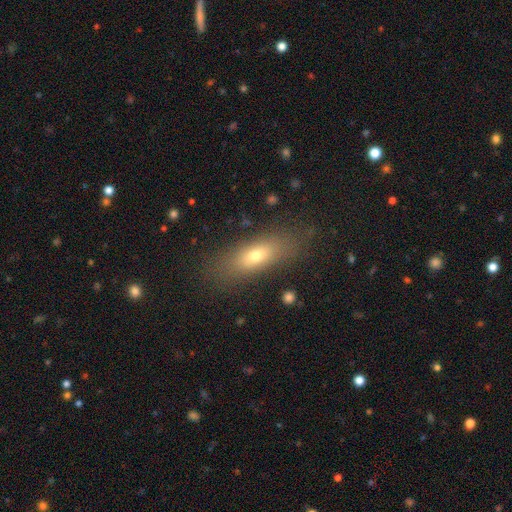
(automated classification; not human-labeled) Smooth or featured? Predicted: smooth (p=0.67). How rounded? Predicted: in between (p=0.58). Merging? Predicted: none (p=0.83).